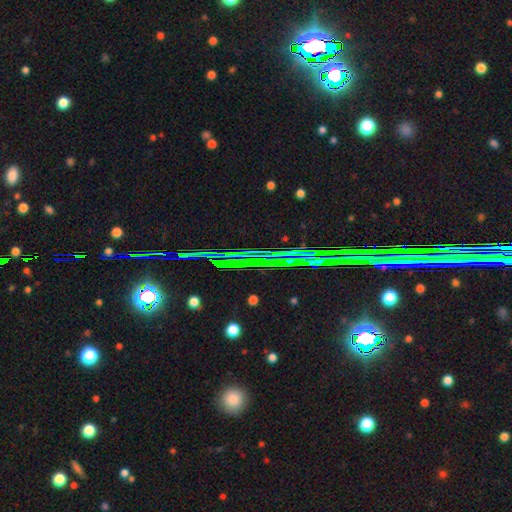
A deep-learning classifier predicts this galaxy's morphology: star or artifact 79%, smooth 11%, featured or disk 10%.